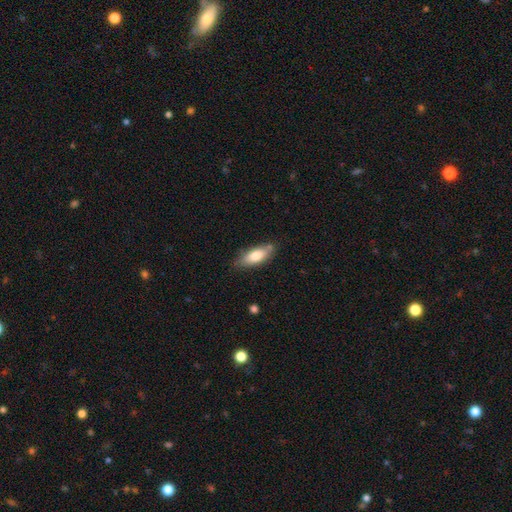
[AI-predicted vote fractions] Smooth or featured? smooth (75%)
How rounded? in between (71%)
Merging? none (74%)